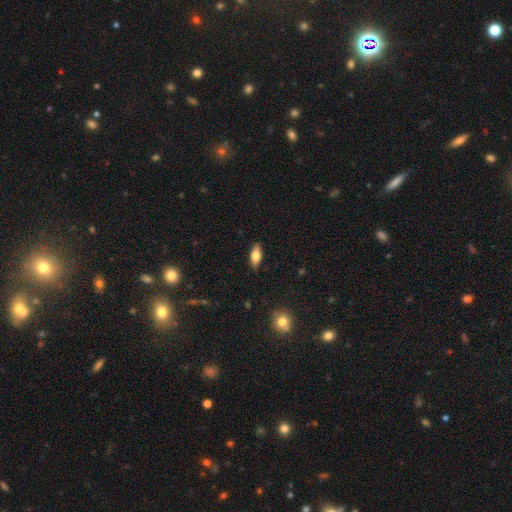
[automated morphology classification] This appears to be a smooth galaxy with no disk features (69%) that is in between round and cigar-shaped (78%). Merging: none (87%).